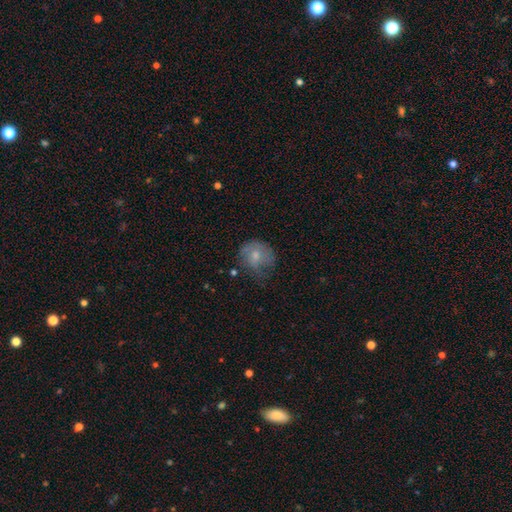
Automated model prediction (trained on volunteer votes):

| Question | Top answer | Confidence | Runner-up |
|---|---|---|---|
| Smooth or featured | smooth | 63% | featured or disk (29%) |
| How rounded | round | 72% | in between (27%) |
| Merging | none | 43% | minor disturbance (32%) |